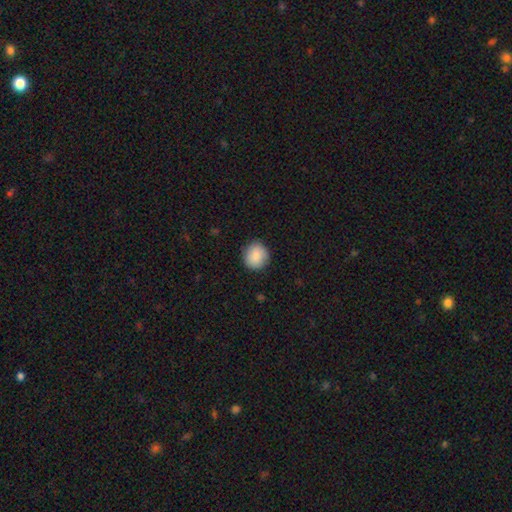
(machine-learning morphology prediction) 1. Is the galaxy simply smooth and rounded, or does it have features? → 87% smooth, 7% star or artifact, 6% featured or disk.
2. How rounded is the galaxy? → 88% round, 11% in between, 1% cigar-shaped.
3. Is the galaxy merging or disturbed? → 87% none, 9% minor disturbance, 2% major disturbance, 1% merger.